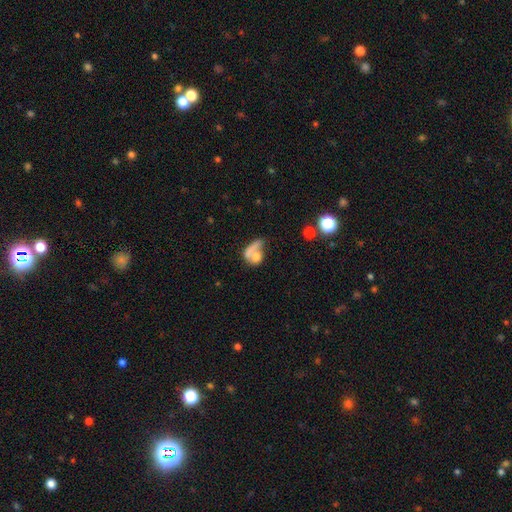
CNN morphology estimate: smooth_or_featured: smooth (p=0.61) [alt: featured or disk p=0.28]
how_rounded: in between (p=0.56) [alt: round p=0.38]
merging: merger (p=0.40) [alt: none p=0.26]